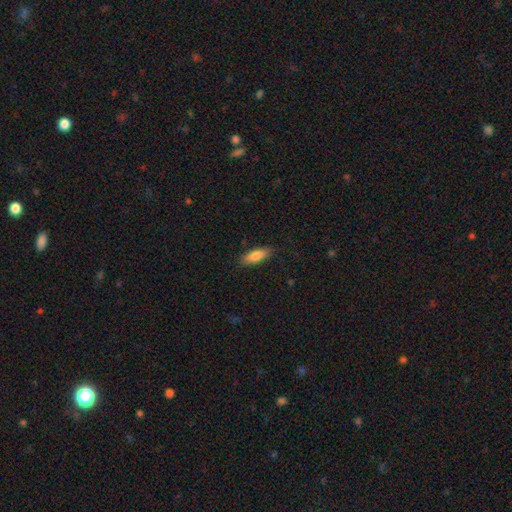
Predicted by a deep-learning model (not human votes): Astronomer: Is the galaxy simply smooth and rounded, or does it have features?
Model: smooth — 80%.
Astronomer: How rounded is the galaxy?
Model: in between — 57% (runner-up: cigar-shaped, 41%).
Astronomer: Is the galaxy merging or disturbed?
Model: none — 85%.